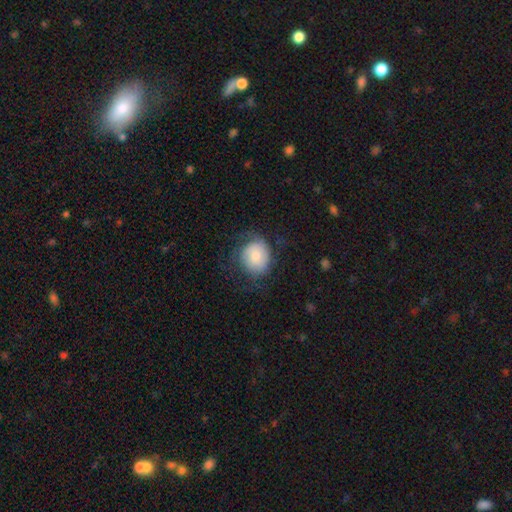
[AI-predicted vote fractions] smooth 65%, featured or disk 28%, star or artifact 8%. Down the decision tree: how rounded — round (80%); merging — none (58%).